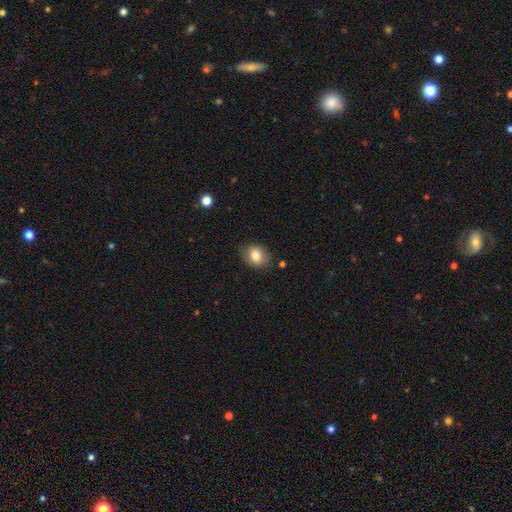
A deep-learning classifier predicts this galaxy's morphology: This appears to be a smooth galaxy with no disk features (79%) that is in between round and cigar-shaped (61%). Merging: none (79%).